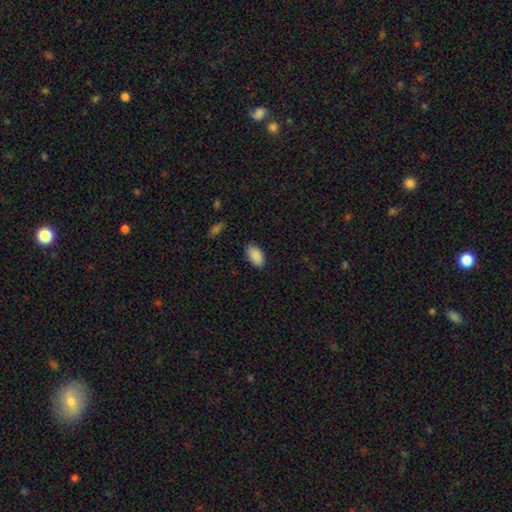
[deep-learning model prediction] Smooth or featured?
  - smooth: 90% *
  - star or artifact: 7%
  - featured or disk: 3%
How rounded?
  - in between: 94% *
  - round: 3%
  - cigar-shaped: 2%
Merging?
  - none: 86% *
  - minor disturbance: 11%
  - major disturbance: 2%
  - merger: 1%